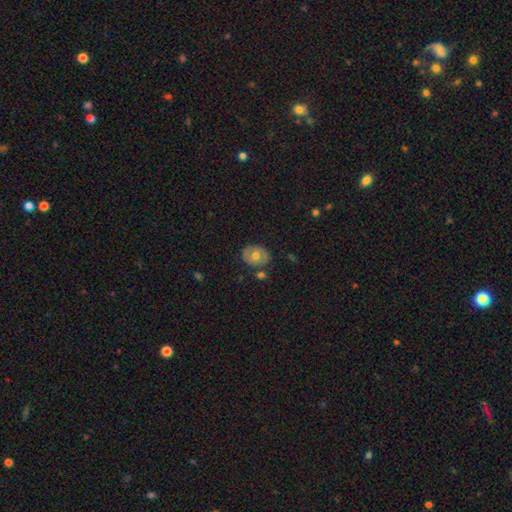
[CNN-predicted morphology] A smooth galaxy with no disk features (57%) that is in between round and cigar-shaped (51%). Merging: none (78%).